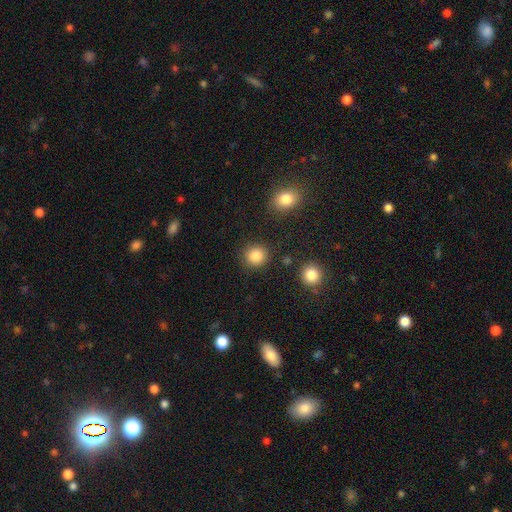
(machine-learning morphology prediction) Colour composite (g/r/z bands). It shows a smooth galaxy with no disk features (87%) that is round (89%). Merging: none (87%).